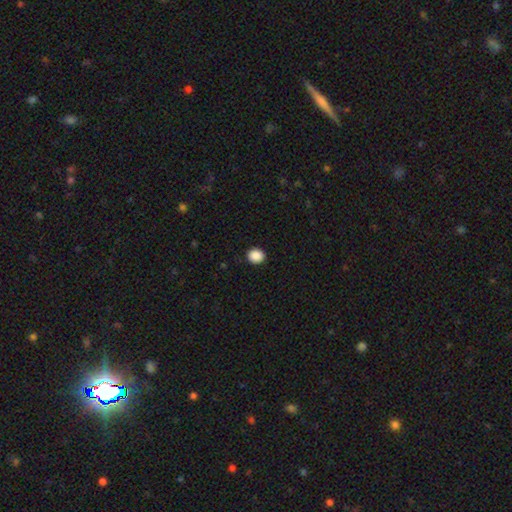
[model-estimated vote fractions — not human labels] This is clearly a smooth galaxy (89%). How rounded: likely round (69%). Merging: clearly none (91%).